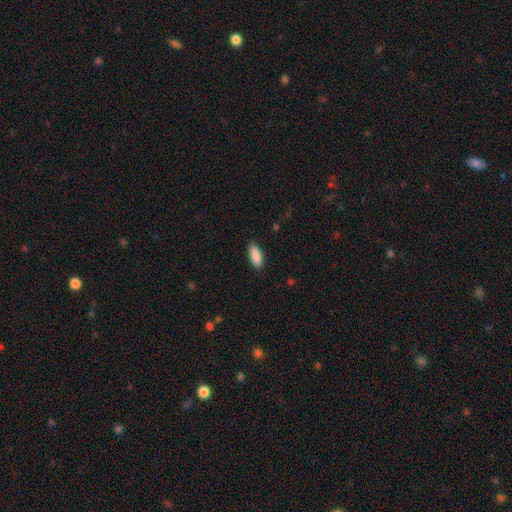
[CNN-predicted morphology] smooth_or_featured: smooth (p=0.90) [alt: star or artifact p=0.06]
how_rounded: in between (p=0.83) [alt: cigar-shaped p=0.15]
merging: none (p=0.89) [alt: minor disturbance p=0.08]